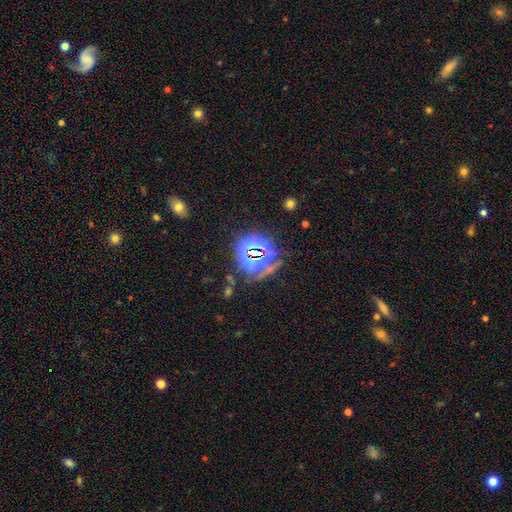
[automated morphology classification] This appears to be a star or artifact, not a galaxy (72%).